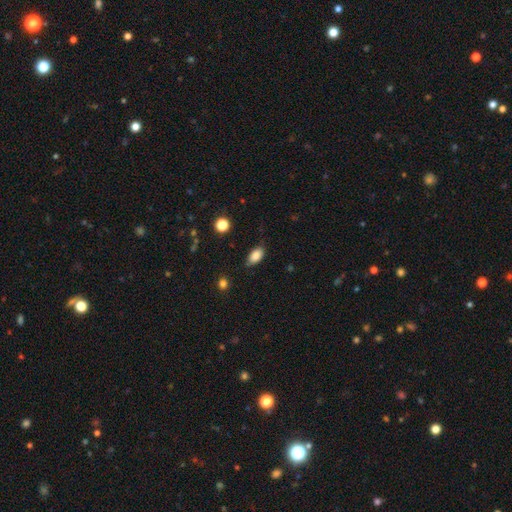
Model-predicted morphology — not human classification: Smooth or featured? Predicted: smooth (p=0.86). How rounded? Predicted: in between (p=0.91). Merging? Predicted: none (p=0.77).